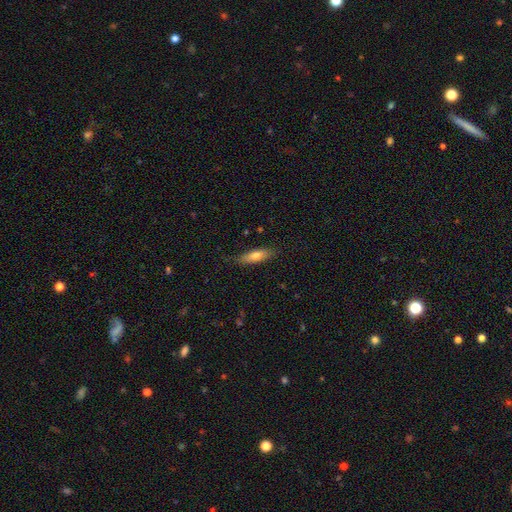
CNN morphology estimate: This is likely a smooth galaxy (71%). How rounded: possibly cigar-shaped (52%). Merging: likely none (79%).